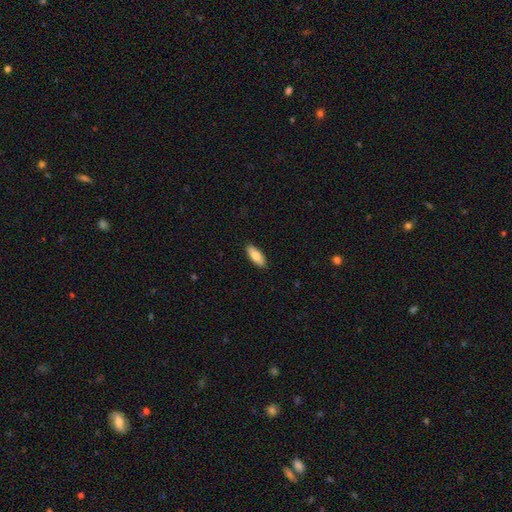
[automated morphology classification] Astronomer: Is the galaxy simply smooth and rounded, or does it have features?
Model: smooth — 82%.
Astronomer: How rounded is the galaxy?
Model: in between — 74%.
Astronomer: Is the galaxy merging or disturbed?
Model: none — 90%.